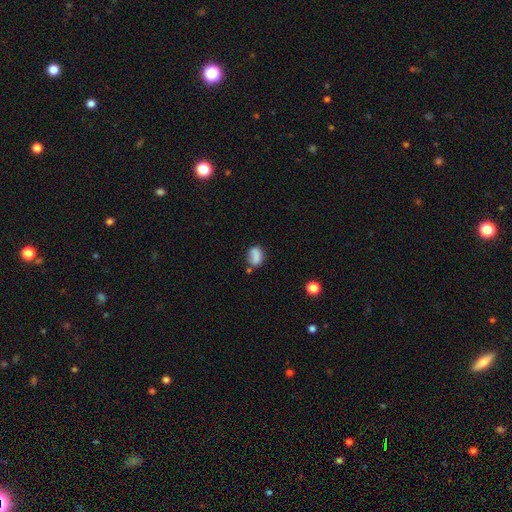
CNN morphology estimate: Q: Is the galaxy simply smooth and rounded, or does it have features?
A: smooth — 76%.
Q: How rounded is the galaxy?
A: in between — 61%.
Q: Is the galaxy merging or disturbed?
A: none — 55%.